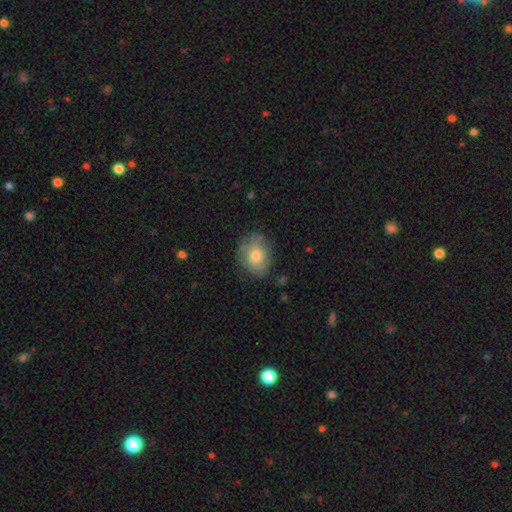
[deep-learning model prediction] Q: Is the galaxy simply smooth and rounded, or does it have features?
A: smooth — 60%.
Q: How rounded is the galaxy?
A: in between — 62%.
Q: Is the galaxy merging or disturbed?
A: none — 72%.